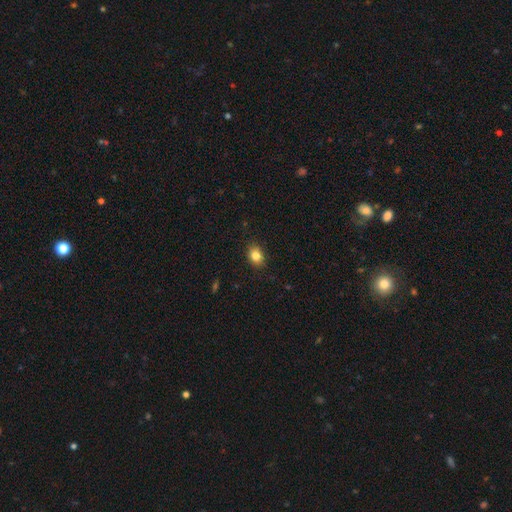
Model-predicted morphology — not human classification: smooth 83%, star or artifact 10%, featured or disk 7%. Down the decision tree: how rounded — in between (54%); merging — none (87%).